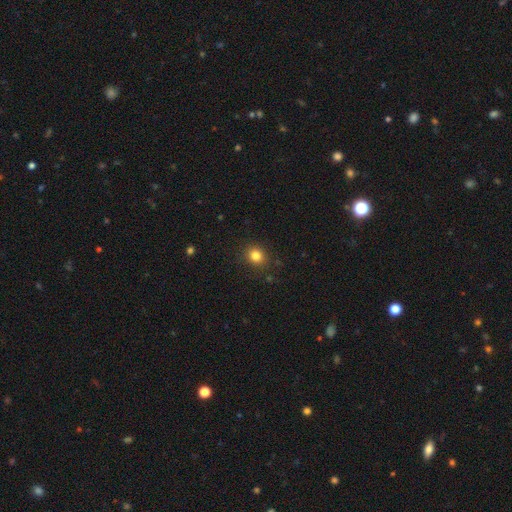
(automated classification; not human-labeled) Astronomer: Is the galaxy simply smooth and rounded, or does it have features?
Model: smooth — 82%.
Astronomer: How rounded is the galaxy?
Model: round — 77%.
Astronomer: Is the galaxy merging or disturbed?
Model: none — 88%.